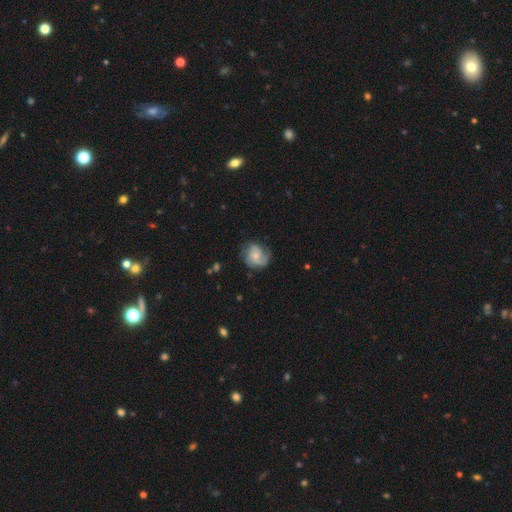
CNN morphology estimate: featured or disk 64%, smooth 29%, star or artifact 7%. Down the decision tree: edge-on disk — no (98%); bar — no (71%); spiral arms — yes (91%); spiral arm count — 2 (39%); spiral winding — medium (43%); bulge size — small (60%); merging — none (64%).